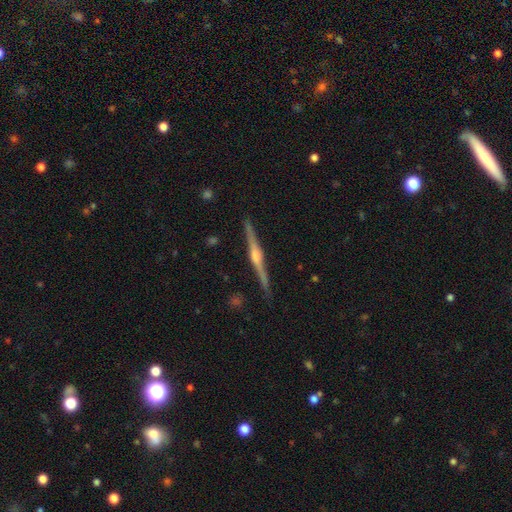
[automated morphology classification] Smooth or featured: featured or disk — 85% (smooth — 10%)
Edge-on disk: yes — 99% (no — 1%)
Edge-on bulge: rounded — 87% (boxy — 8%)
Merging: none — 91% (minor disturbance — 7%)